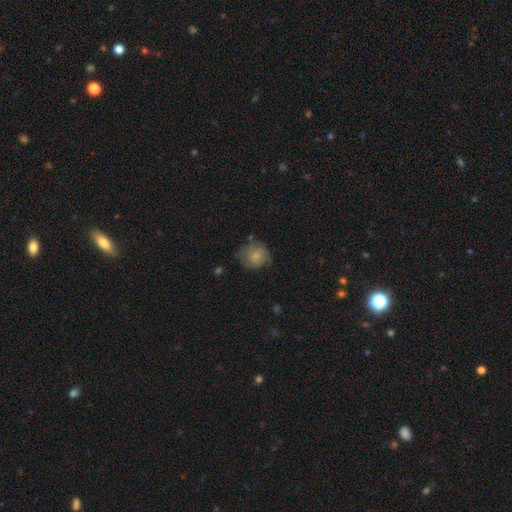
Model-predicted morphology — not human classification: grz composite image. It shows a smooth galaxy with no disk features (62%) that is round (80%). Merging: none (60%).